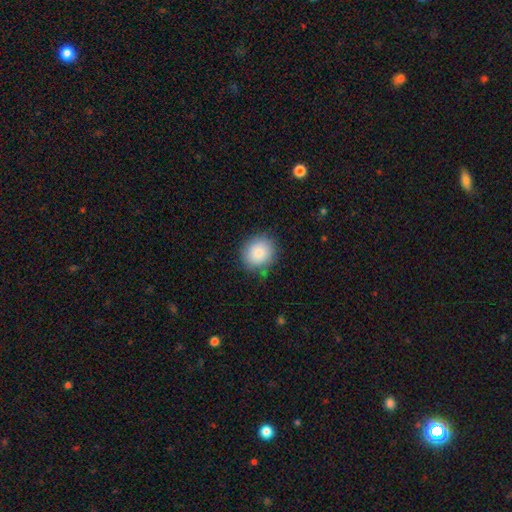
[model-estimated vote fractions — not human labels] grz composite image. It shows a smooth galaxy with no disk features (86%) that is round (80%). Merging: none (83%).